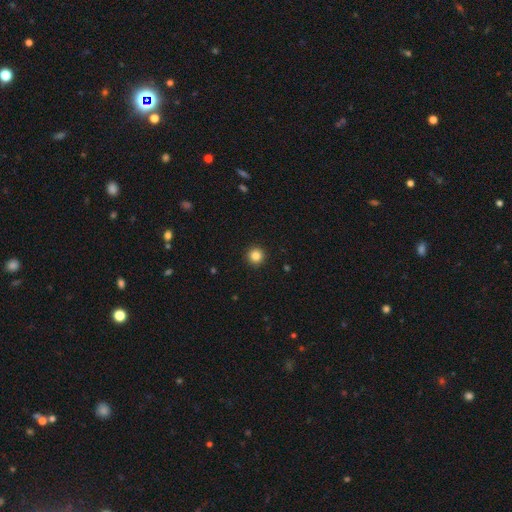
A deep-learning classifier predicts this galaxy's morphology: Smooth or featured: smooth — 85% (star or artifact — 11%)
How rounded: round — 96% (in between — 3%)
Merging: none — 94% (minor disturbance — 4%)